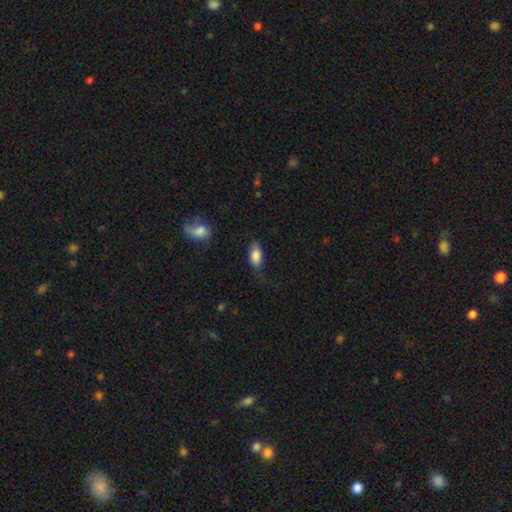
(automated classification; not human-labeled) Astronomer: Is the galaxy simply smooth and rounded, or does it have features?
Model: smooth — 84%.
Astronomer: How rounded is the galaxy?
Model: in between — 90%.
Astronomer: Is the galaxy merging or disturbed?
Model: none — 67%.